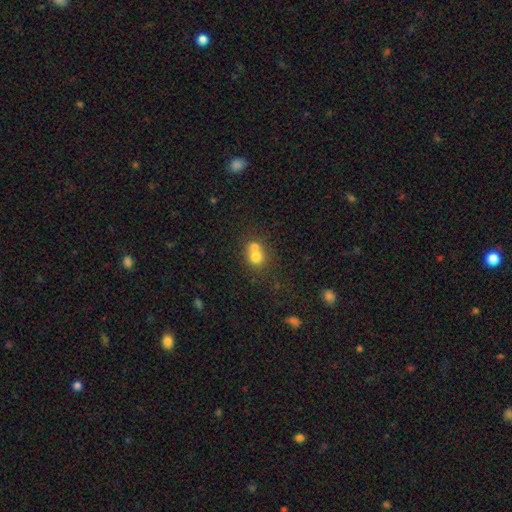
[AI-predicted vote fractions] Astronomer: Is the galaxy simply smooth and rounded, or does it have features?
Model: smooth — 72%.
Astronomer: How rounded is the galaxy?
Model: round — 76%.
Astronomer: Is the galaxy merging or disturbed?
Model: merger — 61%.